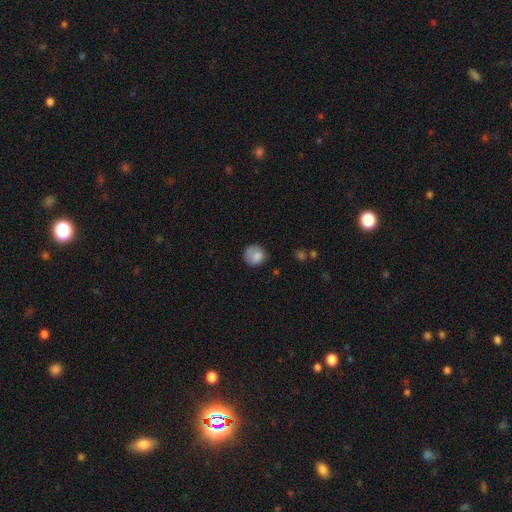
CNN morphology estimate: Overall: smooth (82%). How rounded: round (86%). Merging: none (67%).